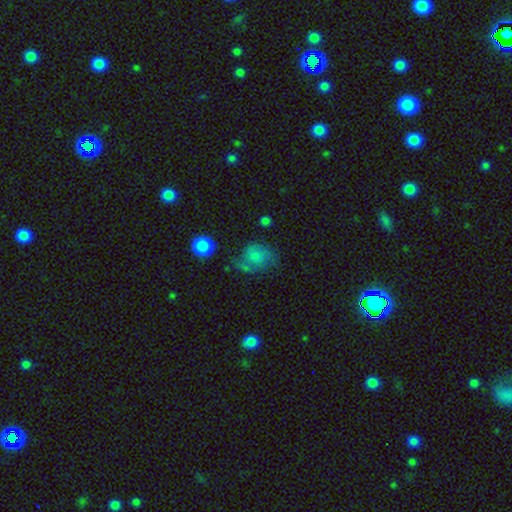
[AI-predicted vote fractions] Overall: smooth (59%; featured or disk 30%). How rounded: round (55%; in between 44%). Merging: none (43%; minor disturbance 27%).